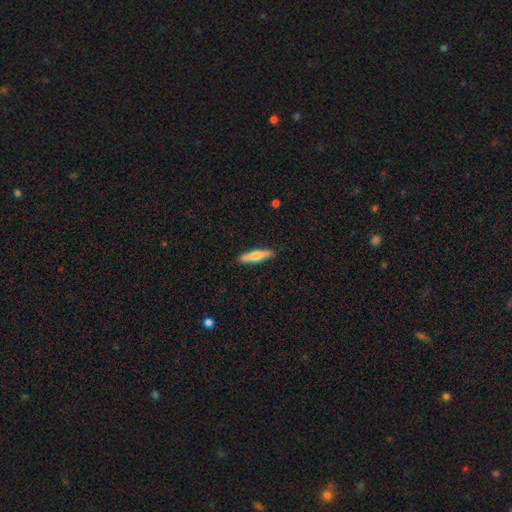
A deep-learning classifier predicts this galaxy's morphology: This appears to be a smooth galaxy with no disk features (56%) that is cigar-shaped (84%). Merging: none (90%).